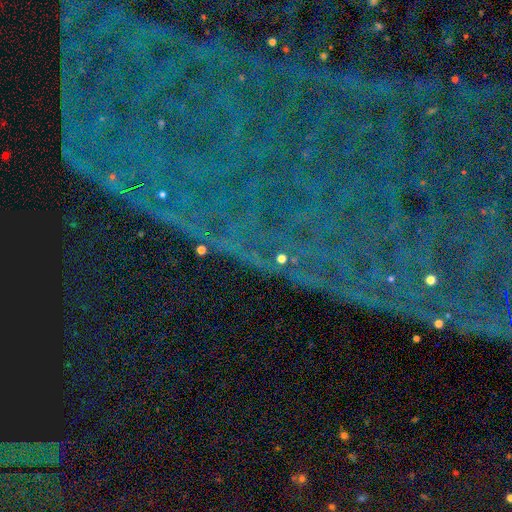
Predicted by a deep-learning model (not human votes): smooth-or-featured: star or artifact: 87% | featured or disk: 7% | smooth: 6%